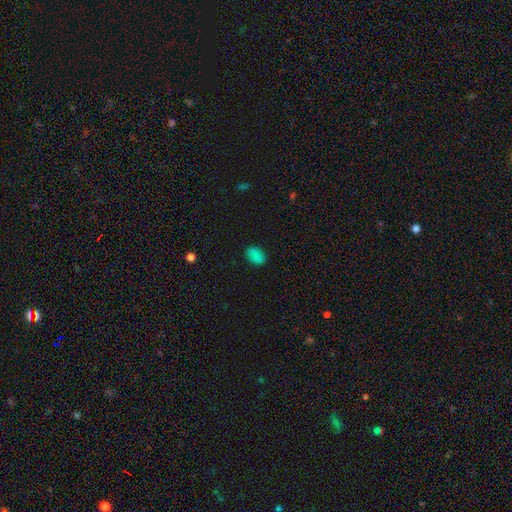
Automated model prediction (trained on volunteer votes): This appears to be a smooth galaxy with no disk features (84%) that is in between round and cigar-shaped (86%). Merging: none (86%).